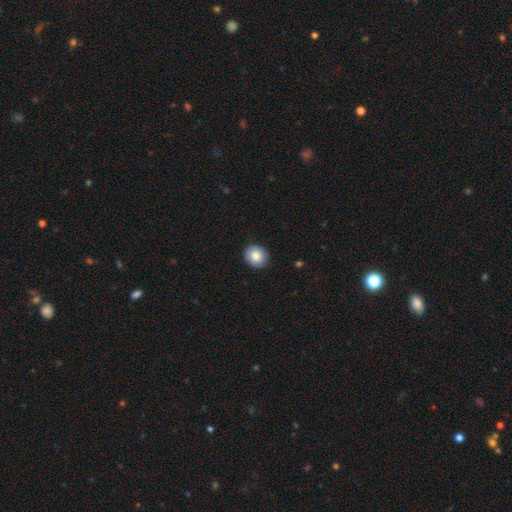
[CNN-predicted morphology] Q: Smooth or featured?
A: smooth (83%); runner-up: featured or disk (9%)
Q: How rounded?
A: round (79%); runner-up: in between (20%)
Q: Merging?
A: none (90%); runner-up: minor disturbance (7%)